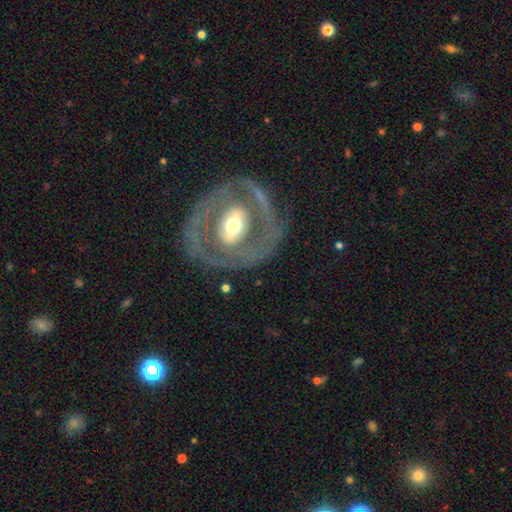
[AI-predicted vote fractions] Overall: featured or disk (77%). Edge-on disk: no (93%). Bar: no (38%; strong 31%). Spiral arms: no (54%; yes 46%). Bulge size: moderate (65%). Merging: none (77%).